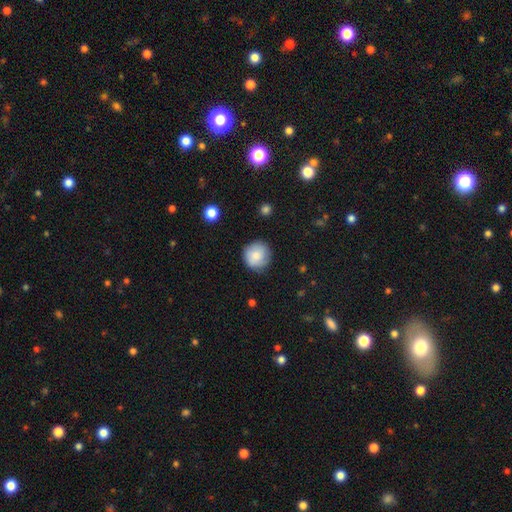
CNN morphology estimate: smooth_or_featured: smooth (p=0.80) [alt: featured or disk p=0.12]
how_rounded: round (p=0.92) [alt: in between p=0.07]
merging: none (p=0.82) [alt: minor disturbance p=0.13]